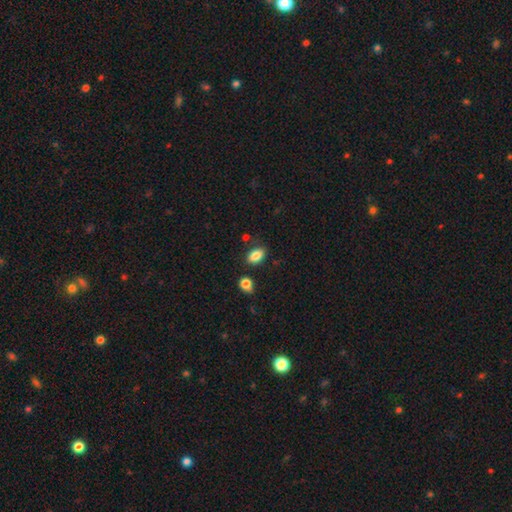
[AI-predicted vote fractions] The model was most divided on "merging": none: 79%, minor disturbance: 13%, merger: 5%, major disturbance: 3%. More confident: how rounded — in between (87%); smooth or featured — smooth (86%).